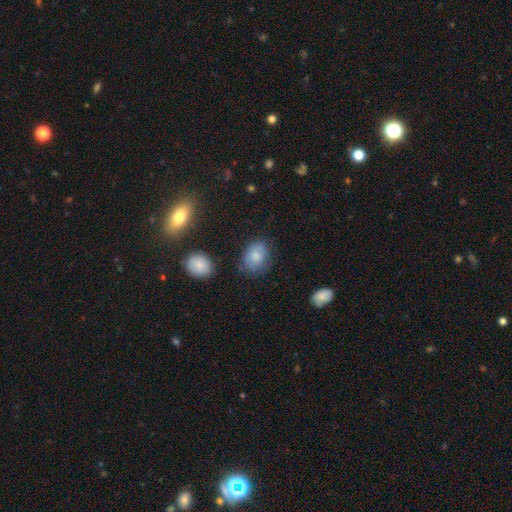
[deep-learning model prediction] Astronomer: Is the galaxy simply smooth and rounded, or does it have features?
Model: smooth — 82%.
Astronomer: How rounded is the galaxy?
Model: in between — 62%.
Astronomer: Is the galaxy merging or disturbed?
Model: none — 71%.